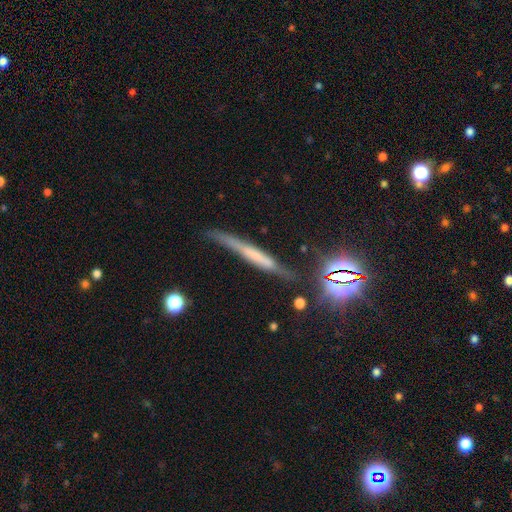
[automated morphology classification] Smooth or featured? Predicted: featured or disk (p=0.45). Merging? Predicted: none (p=0.70).